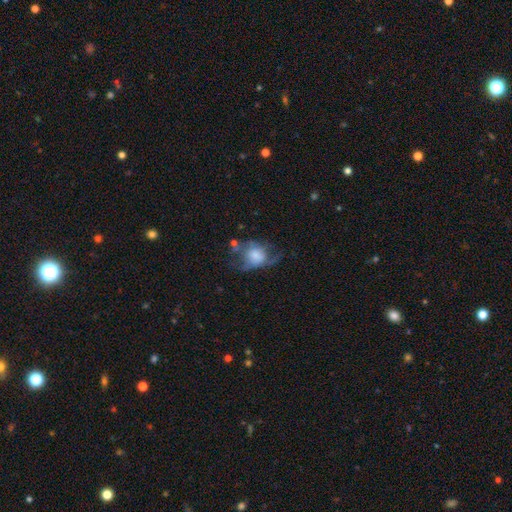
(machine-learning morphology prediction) Smooth or featured? Predicted: smooth (p=0.51). How rounded? Predicted: in between (p=0.59). Merging? Predicted: major disturbance (p=0.41).